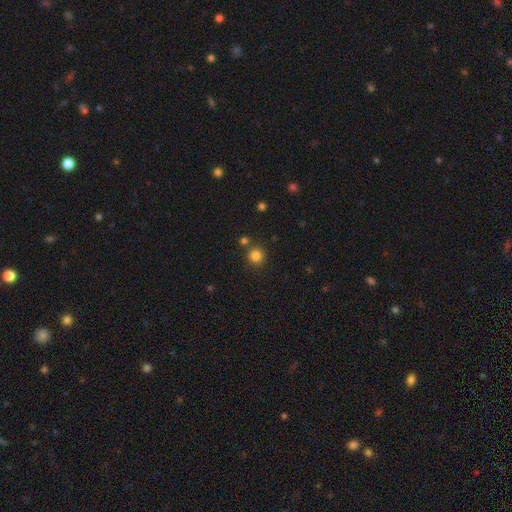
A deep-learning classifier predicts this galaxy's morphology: Overall: smooth (82%). How rounded: round (93%). Merging: none (81%).